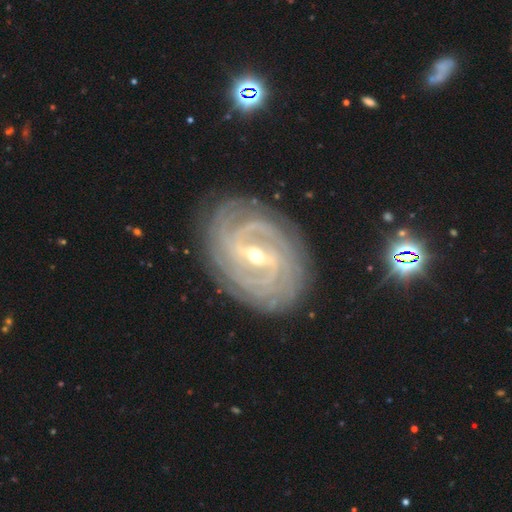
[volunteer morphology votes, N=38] featured or disk 89%, smooth 5%, star or artifact 5%. Down the decision tree: edge-on disk — no (97%); bar — weak (70%); spiral arms — yes (100%); spiral arm count — more than 4 (33%); spiral winding — tight (64%); bulge size — moderate (52%); merging — none (83%).